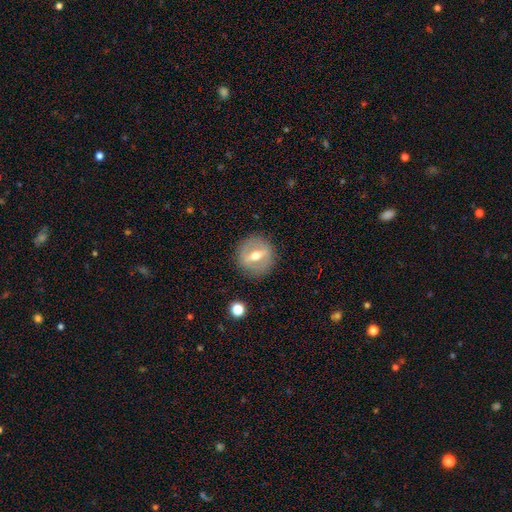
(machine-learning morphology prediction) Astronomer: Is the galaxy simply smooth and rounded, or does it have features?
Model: featured or disk — 65%.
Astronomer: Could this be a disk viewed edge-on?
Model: no — 77%.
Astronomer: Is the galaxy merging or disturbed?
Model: none — 86%.